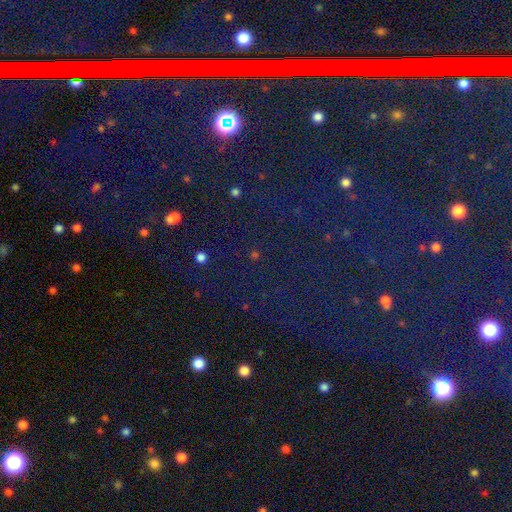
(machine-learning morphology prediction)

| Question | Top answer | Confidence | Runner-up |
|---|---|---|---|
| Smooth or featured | star or artifact | 83% | smooth (10%) |